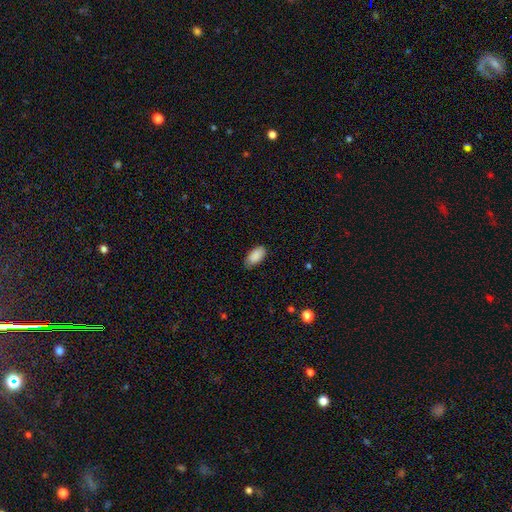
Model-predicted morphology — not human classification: The model was most divided on "merging": none: 78%, minor disturbance: 18%, major disturbance: 3%, merger: 1%. More confident: how rounded — in between (95%); smooth or featured — smooth (89%).